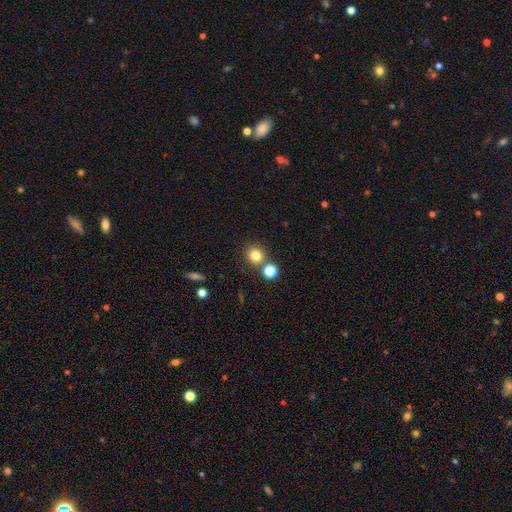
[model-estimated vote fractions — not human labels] smooth_or_featured: smooth (p=0.80) [alt: star or artifact p=0.14]
how_rounded: round (p=0.89) [alt: in between p=0.10]
merging: none (p=0.76) [alt: merger p=0.14]